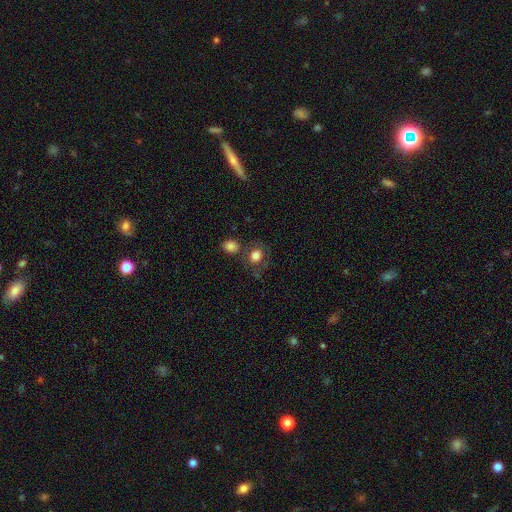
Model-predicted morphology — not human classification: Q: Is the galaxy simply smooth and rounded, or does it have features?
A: smooth — 76%.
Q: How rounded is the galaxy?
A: round — 65%.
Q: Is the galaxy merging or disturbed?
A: none — 61%.